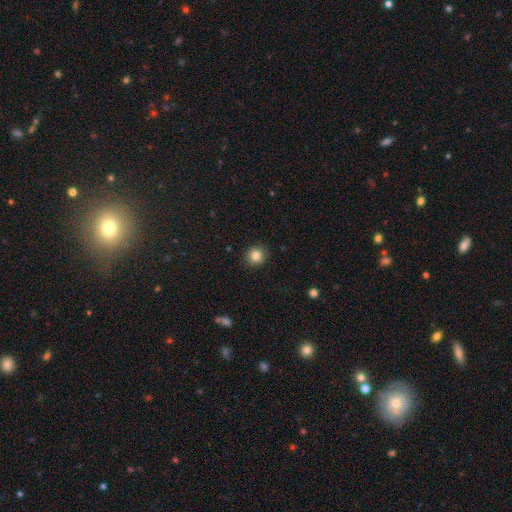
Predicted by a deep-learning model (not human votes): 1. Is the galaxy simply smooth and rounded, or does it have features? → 84% smooth, 11% star or artifact, 6% featured or disk.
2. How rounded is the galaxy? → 92% round, 7% in between, 1% cigar-shaped.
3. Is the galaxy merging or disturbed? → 91% none, 6% minor disturbance, 2% major disturbance, 1% merger.